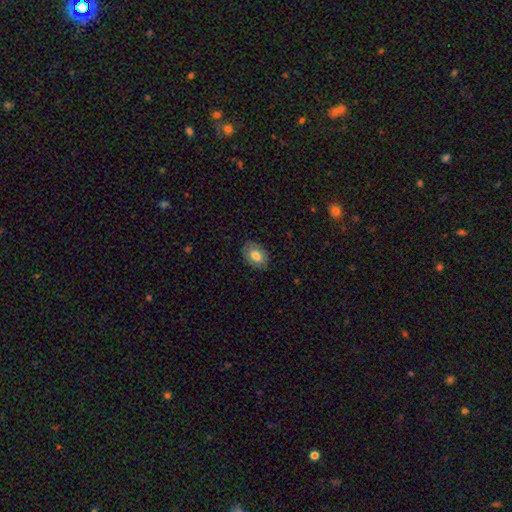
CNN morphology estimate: Smooth or featured: smooth — 71% (featured or disk — 23%)
How rounded: in between — 83% (round — 16%)
Merging: none — 83% (minor disturbance — 13%)